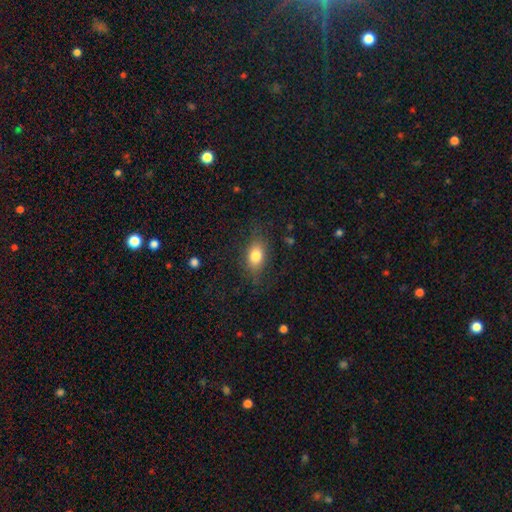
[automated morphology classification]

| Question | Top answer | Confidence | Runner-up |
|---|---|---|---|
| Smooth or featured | smooth | 79% | featured or disk (12%) |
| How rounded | in between | 81% | round (15%) |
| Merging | none | 78% | minor disturbance (15%) |